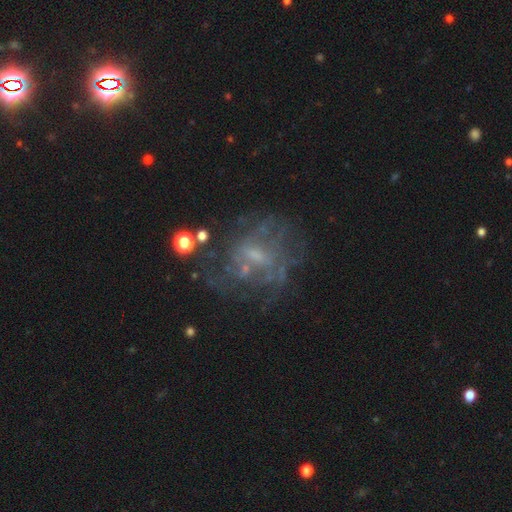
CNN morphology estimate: smooth_or_featured: featured or disk (p=0.69) [alt: star or artifact p=0.16]
disk_edge_on: no (p=0.97) [alt: yes p=0.03]
bar: no (p=0.55) [alt: weak p=0.38]
has_spiral_arms: no (p=0.52) [alt: yes p=0.48]
bulge_size: small (p=0.48) [alt: moderate p=0.26]
merging: none (p=0.52) [alt: major disturbance p=0.24]